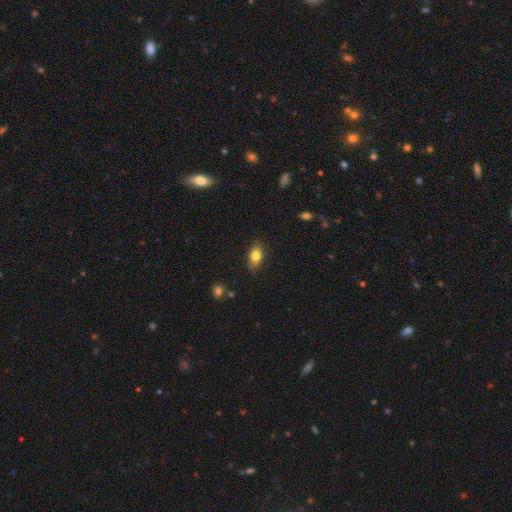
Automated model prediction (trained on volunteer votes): Smooth or featured?
  - smooth: 80% *
  - featured or disk: 12%
  - star or artifact: 8%
How rounded?
  - in between: 85% *
  - round: 8%
  - cigar-shaped: 7%
Merging?
  - none: 81% *
  - minor disturbance: 15%
  - major disturbance: 3%
  - merger: 1%